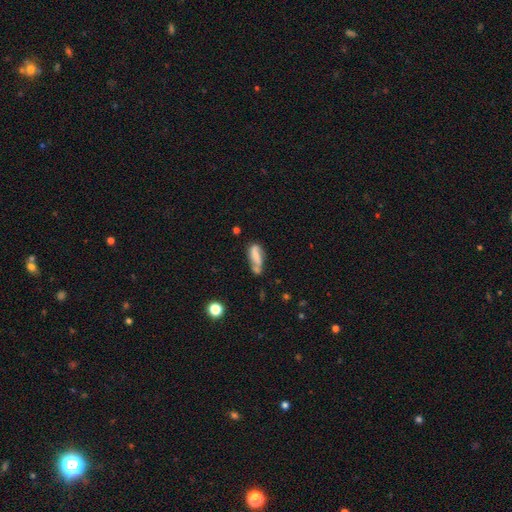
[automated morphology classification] smooth-or-featured: smooth: 57% | featured or disk: 34% | star or artifact: 9%
  how-rounded: in between: 65% | cigar-shaped: 31% | round: 3%
  merging: none: 40% | minor disturbance: 25% | merger: 24% | major disturbance: 11%